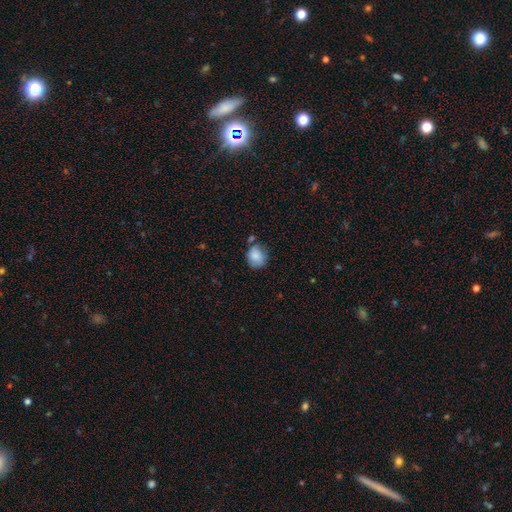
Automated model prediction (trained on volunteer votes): This appears to be a smooth galaxy with no disk features (85%) that is round (69%). Merging: none (61%).